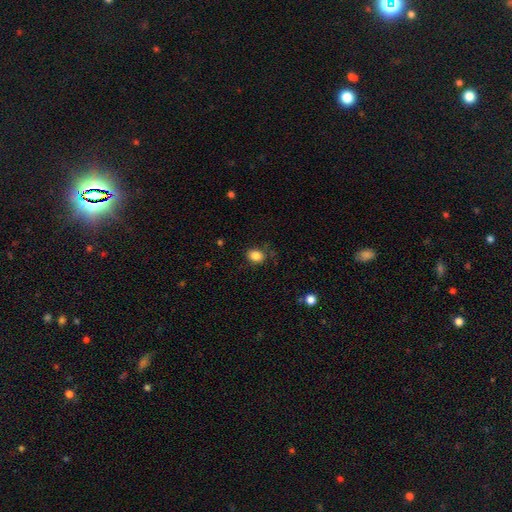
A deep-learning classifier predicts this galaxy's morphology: This is clearly a smooth galaxy (85%). How rounded: possibly in between (52%). Merging: clearly none (80%).